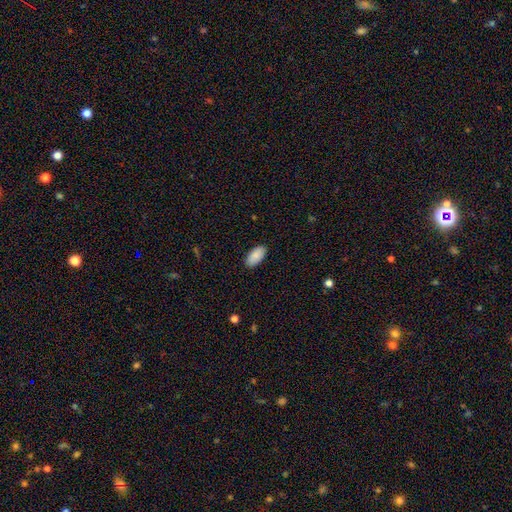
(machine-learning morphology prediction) Q: Smooth or featured?
A: smooth (89%); runner-up: star or artifact (6%)
Q: How rounded?
A: in between (94%); runner-up: cigar-shaped (4%)
Q: Merging?
A: none (89%); runner-up: minor disturbance (8%)